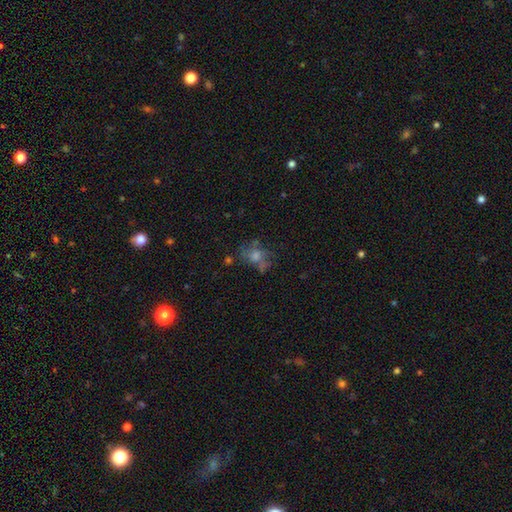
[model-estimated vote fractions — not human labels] Smooth or featured: featured or disk — 40% (smooth — 34%)
Merging: none — 56% (minor disturbance — 19%)